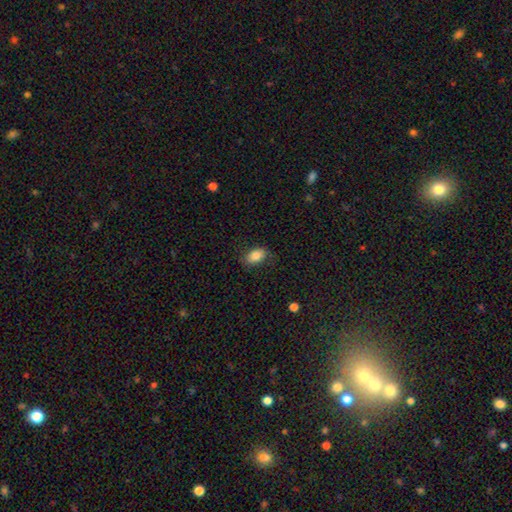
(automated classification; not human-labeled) Smooth or featured: smooth — 83% (featured or disk — 9%)
How rounded: in between — 89% (round — 10%)
Merging: none — 77% (minor disturbance — 17%)